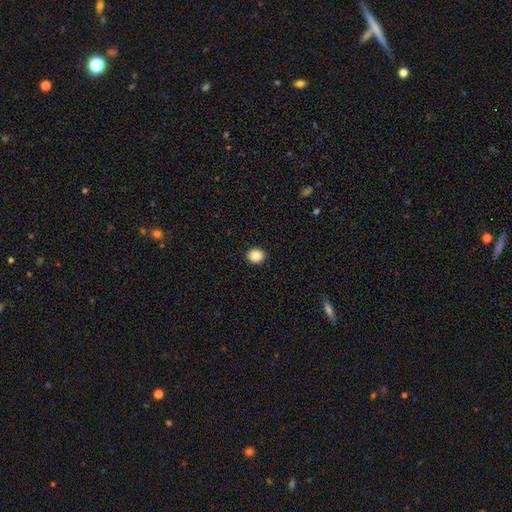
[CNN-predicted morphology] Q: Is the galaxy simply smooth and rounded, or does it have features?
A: smooth — 87%.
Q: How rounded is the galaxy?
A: round — 83%.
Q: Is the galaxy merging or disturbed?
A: none — 93%.